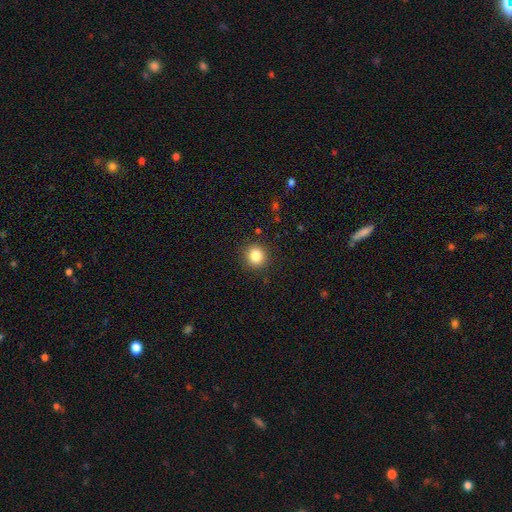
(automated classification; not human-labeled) A smooth galaxy with no disk features (84%) that is round (89%). Merging: none (90%).